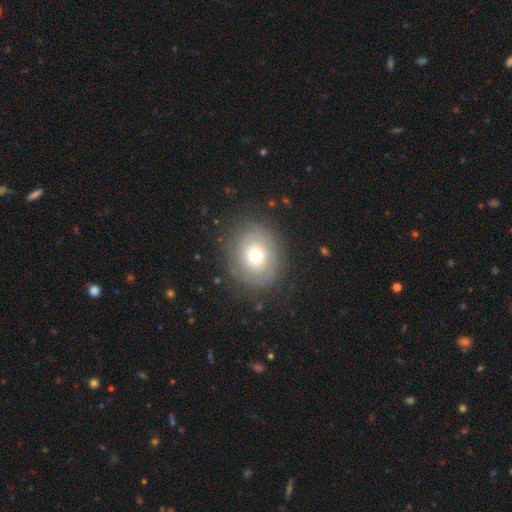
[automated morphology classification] This is possibly a smooth galaxy (58%). How rounded: likely round (72%). Merging: likely none (80%).